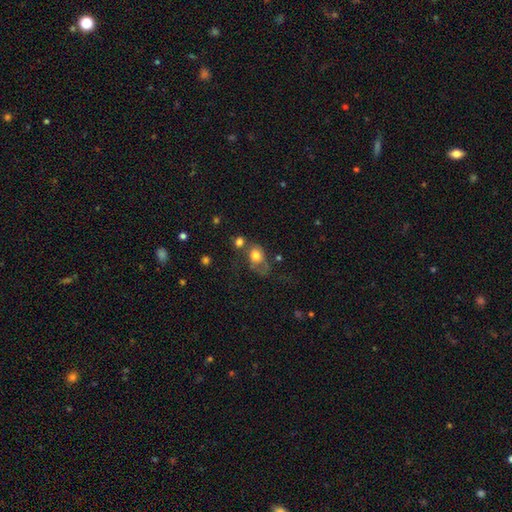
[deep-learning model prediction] smooth-or-featured: smooth: 73% | featured or disk: 17% | star or artifact: 9%
  how-rounded: in between: 56% | round: 42% | cigar-shaped: 1%
  merging: none: 31% | major disturbance: 25% | merger: 22% | minor disturbance: 22%